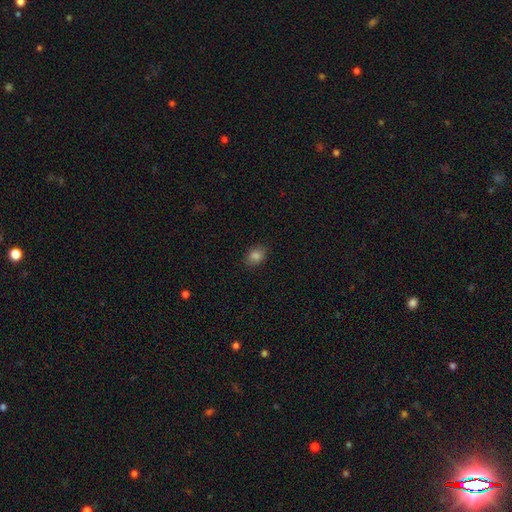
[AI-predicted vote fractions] A smooth galaxy with no disk features (84%) that is in between round and cigar-shaped (74%). Merging: none (86%).